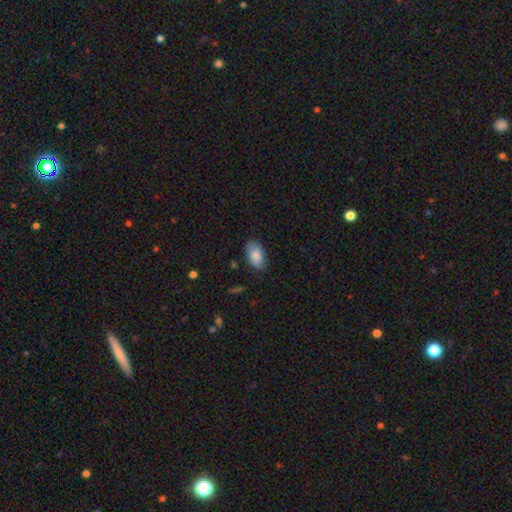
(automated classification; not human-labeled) This appears to be a smooth galaxy with no disk features (82%) that is in between round and cigar-shaped (93%). Merging: none (78%).